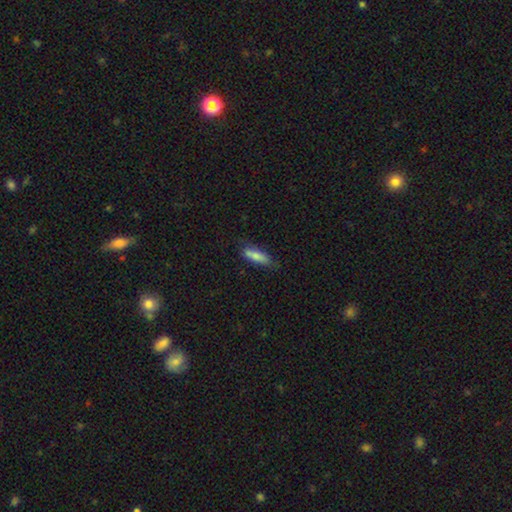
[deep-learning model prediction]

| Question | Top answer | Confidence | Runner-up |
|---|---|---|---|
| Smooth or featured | smooth | 76% | featured or disk (16%) |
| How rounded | cigar-shaped | 58% | in between (40%) |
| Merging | none | 67% | minor disturbance (23%) |